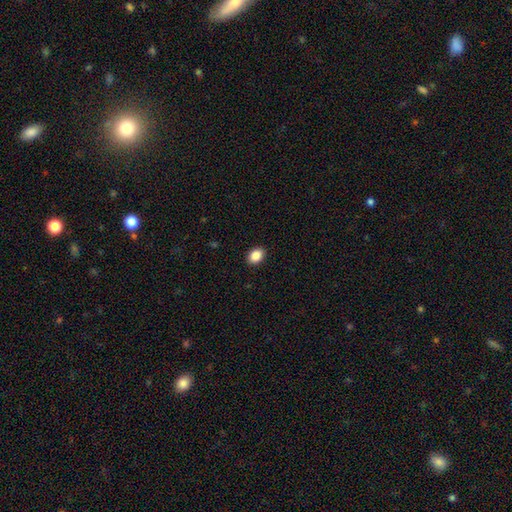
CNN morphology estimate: Smooth or featured? Predicted: smooth (p=0.87). How rounded? Predicted: in between (p=0.73). Merging? Predicted: none (p=0.91).